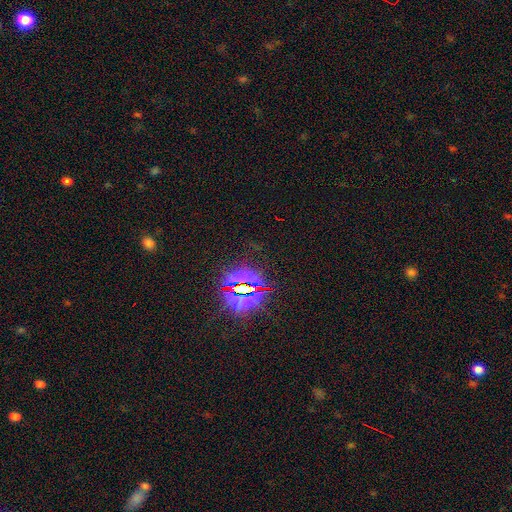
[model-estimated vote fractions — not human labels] Smooth or featured?
  - star or artifact: 83% *
  - smooth: 10%
  - featured or disk: 7%